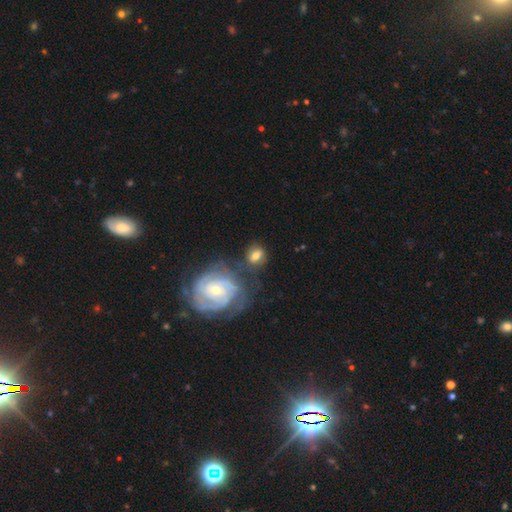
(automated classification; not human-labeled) Morphology: type=featured or disk (47%); merging=none (54%).